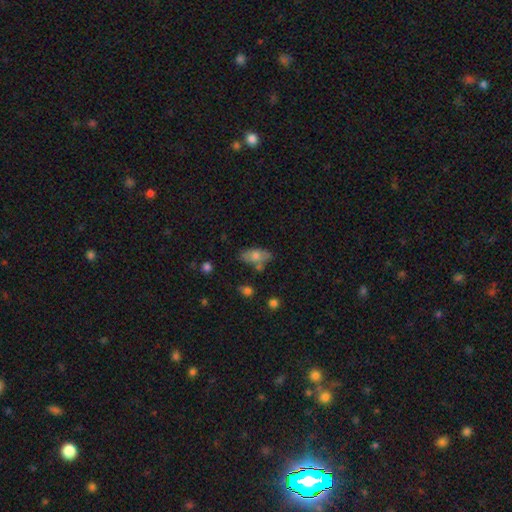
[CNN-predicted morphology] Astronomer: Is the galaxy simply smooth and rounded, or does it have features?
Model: smooth — 67%.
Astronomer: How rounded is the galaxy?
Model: in between — 88%.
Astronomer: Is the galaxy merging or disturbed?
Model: none — 61%.